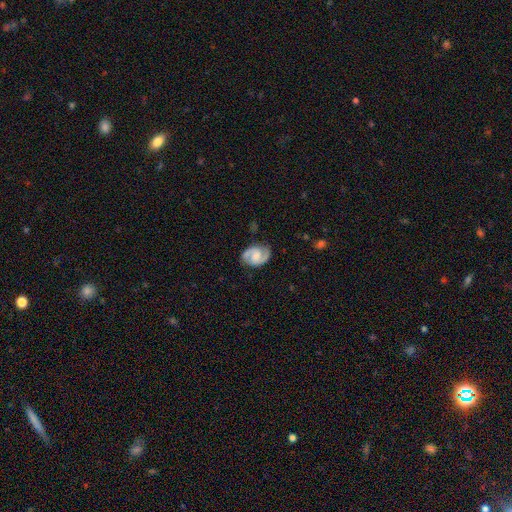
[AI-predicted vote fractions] Q: Smooth or featured?
A: featured or disk (86%); runner-up: smooth (9%)
Q: Edge-on disk?
A: no (98%); runner-up: yes (2%)
Q: Bar?
A: weak (45%); runner-up: no (42%)
Q: Spiral arms?
A: yes (97%); runner-up: no (3%)
Q: Spiral winding?
A: medium (55%); runner-up: tight (31%)
Q: Spiral arm count?
A: 2 (93%); runner-up: can't tell (3%)
Q: Bulge size?
A: moderate (35%); runner-up: small (29%)
Q: Merging?
A: none (81%); runner-up: minor disturbance (14%)